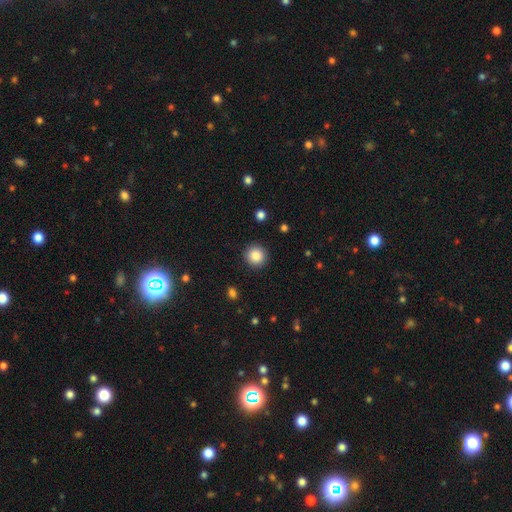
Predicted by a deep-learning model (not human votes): smooth_or_featured: smooth (p=0.87) [alt: star or artifact p=0.09]
how_rounded: round (p=0.93) [alt: in between p=0.06]
merging: none (p=0.91) [alt: minor disturbance p=0.06]